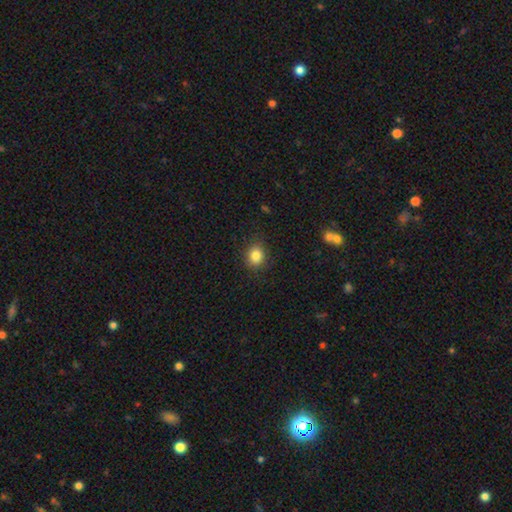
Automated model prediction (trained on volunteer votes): Q: Smooth or featured?
A: smooth (84%); runner-up: star or artifact (11%)
Q: How rounded?
A: round (67%); runner-up: in between (32%)
Q: Merging?
A: none (86%); runner-up: minor disturbance (10%)